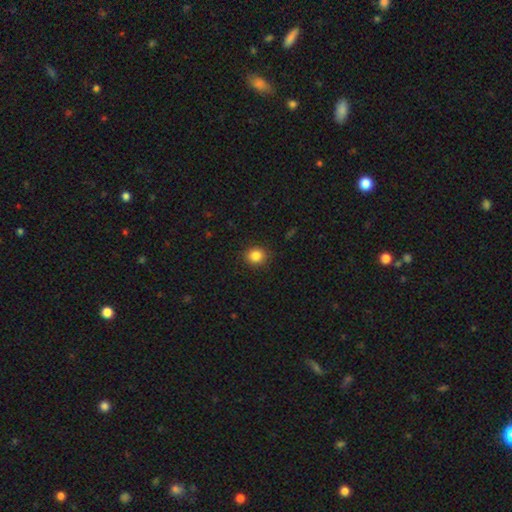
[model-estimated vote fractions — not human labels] A smooth galaxy with no disk features (85%) that is round (76%). Merging: none (89%).